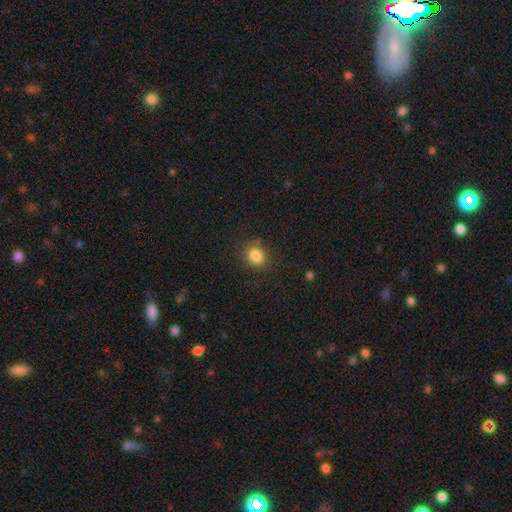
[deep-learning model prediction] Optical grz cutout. It shows a smooth galaxy with no disk features (84%) that is round (73%). Merging: none (82%).